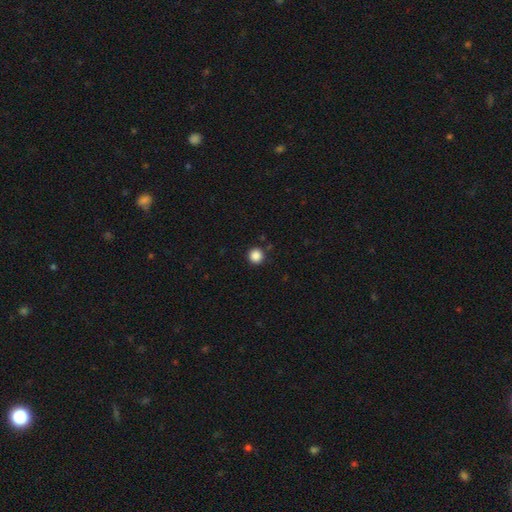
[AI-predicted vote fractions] This appears to be a smooth galaxy with no disk features (87%) that is round (96%). Merging: none (92%).